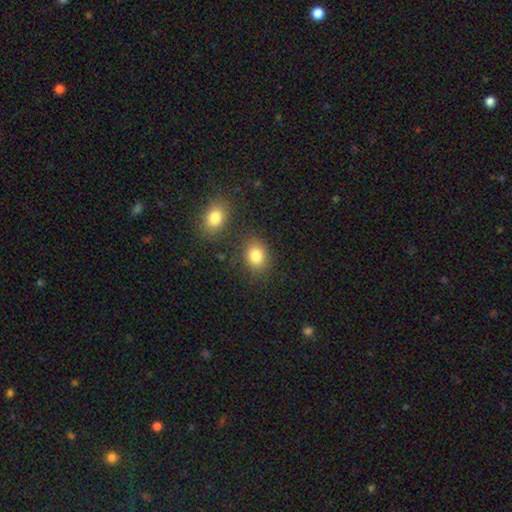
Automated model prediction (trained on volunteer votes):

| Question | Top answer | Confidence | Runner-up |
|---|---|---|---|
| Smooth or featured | smooth | 84% | star or artifact (10%) |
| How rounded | in between | 52% | round (47%) |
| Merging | none | 78% | minor disturbance (11%) |